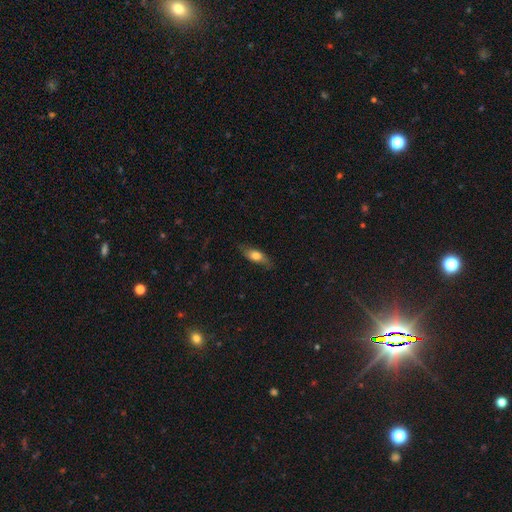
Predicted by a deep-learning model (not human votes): smooth 66%, featured or disk 27%, star or artifact 7%. Down the decision tree: how rounded — in between (72%); merging — none (72%).